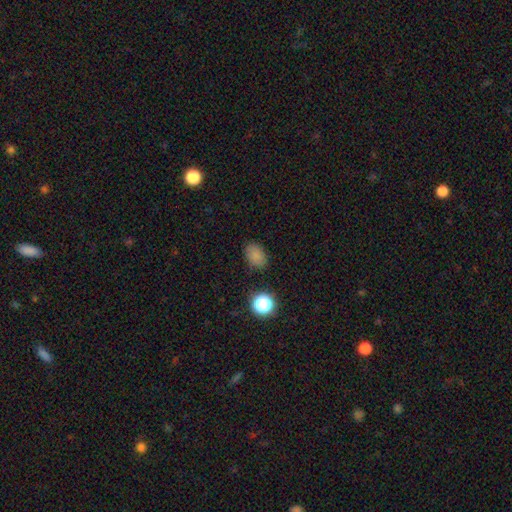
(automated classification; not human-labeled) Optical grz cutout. It shows a smooth galaxy with no disk features (80%) that is in between round and cigar-shaped (75%). Merging: none (81%).